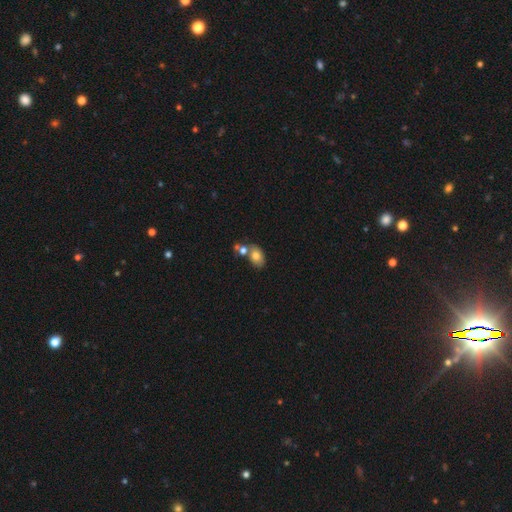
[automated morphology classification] This appears to be a smooth galaxy with no disk features (77%) that is in between round and cigar-shaped (82%). Merging: none (47%).